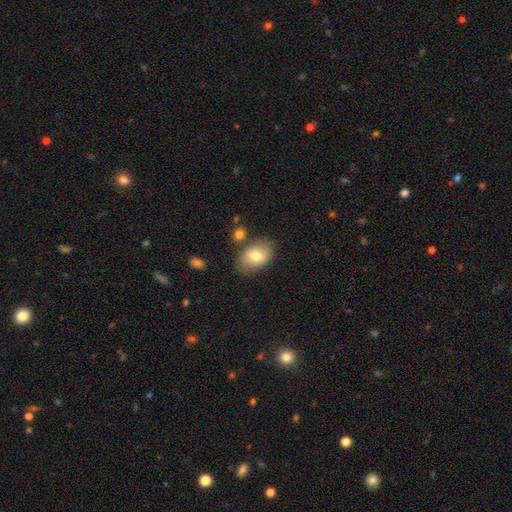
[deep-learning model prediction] This is likely a smooth galaxy (75%). How rounded: clearly in between (85%). Merging: likely none (76%).